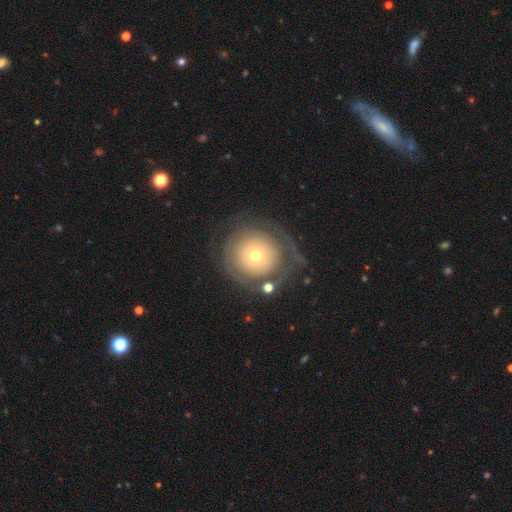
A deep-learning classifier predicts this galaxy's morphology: type=featured or disk (55%); edge-on=no (96%); bar=no (90%); spiral arms=no (51%); bulge=small (57%); merging=none (66%).